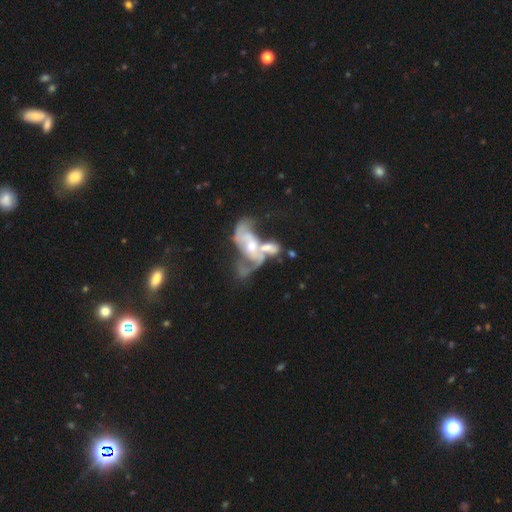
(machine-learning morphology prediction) smooth-or-featured: featured or disk: 78% | smooth: 14% | star or artifact: 8%
  disk-edge-on: no: 93% | yes: 7%
    bar: no: 61% | weak: 26% | strong: 12%
    has-spiral-arms: yes: 75% | no: 25%
      spiral-winding: loose: 43% | medium: 35% | tight: 21%
      spiral-arm-count: 2: 56% | can't tell: 26% | 1: 7% | 3: 6% | 4: 2% | more than 4: 2%
    bulge-size: moderate: 57% | small: 36% | large: 3% | none: 2% | dominant: 1%
  merging: merger: 60% | major disturbance: 17% | none: 14% | minor disturbance: 8%